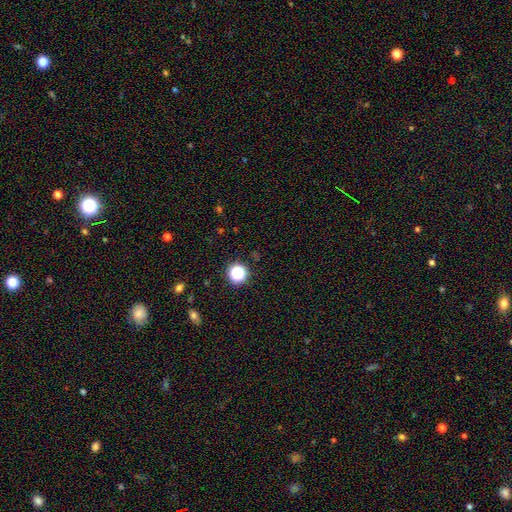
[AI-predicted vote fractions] Overall: star or artifact (61%; smooth 32%).